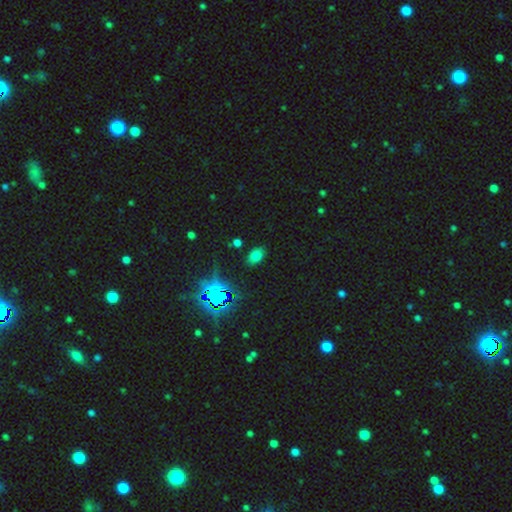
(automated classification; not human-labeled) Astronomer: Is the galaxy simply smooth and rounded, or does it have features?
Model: smooth — 66%.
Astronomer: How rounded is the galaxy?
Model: in between — 85%.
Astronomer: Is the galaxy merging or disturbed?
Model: none — 84%.